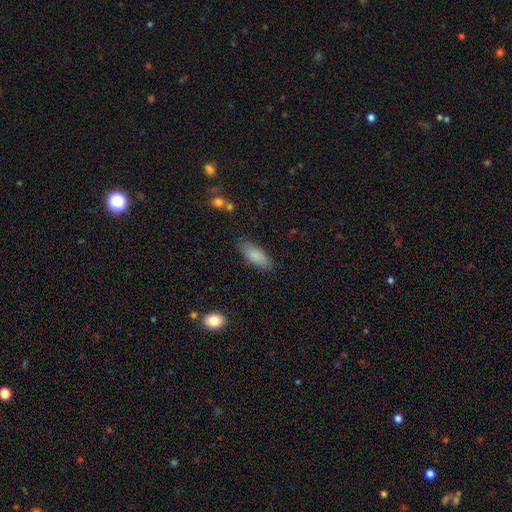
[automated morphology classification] smooth-or-featured: smooth: 86% | featured or disk: 7% | star or artifact: 7%
  how-rounded: in between: 75% | cigar-shaped: 23% | round: 2%
  merging: none: 85% | minor disturbance: 11% | major disturbance: 3% | merger: 1%